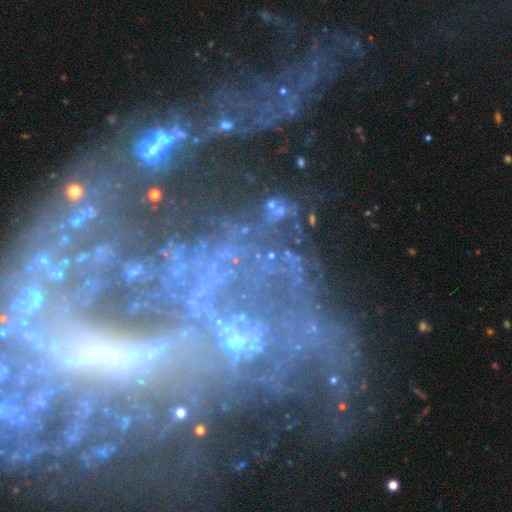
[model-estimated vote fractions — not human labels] Smooth or featured?
  - featured or disk: 69% *
  - star or artifact: 23%
  - smooth: 8%
Edge-on disk?
  - no: 95% *
  - yes: 5%
Bar?
  - no: 49% *
  - weak: 27%
  - strong: 24%
Spiral arms?
  - yes: 56% *
  - no: 44%
Bulge size?
  - none: 51% *
  - small: 33%
  - moderate: 11%
  - large: 2%
  - dominant: 2%
Merging?
  - major disturbance: 43% *
  - none: 28%
  - merger: 16%
  - minor disturbance: 13%